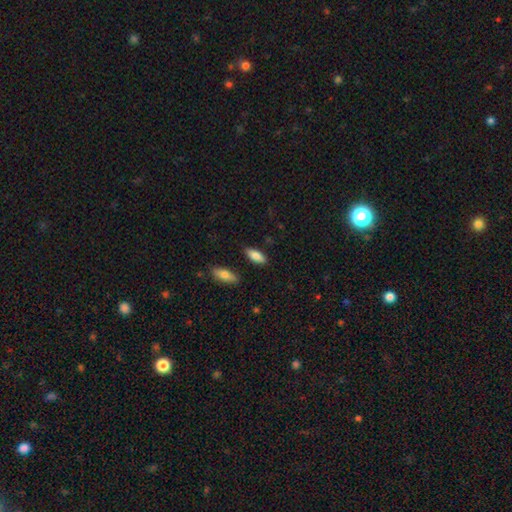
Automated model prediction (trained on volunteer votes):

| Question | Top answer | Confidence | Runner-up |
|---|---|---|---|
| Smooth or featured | smooth | 83% | featured or disk (10%) |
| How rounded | in between | 73% | cigar-shaped (25%) |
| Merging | none | 83% | minor disturbance (12%) |